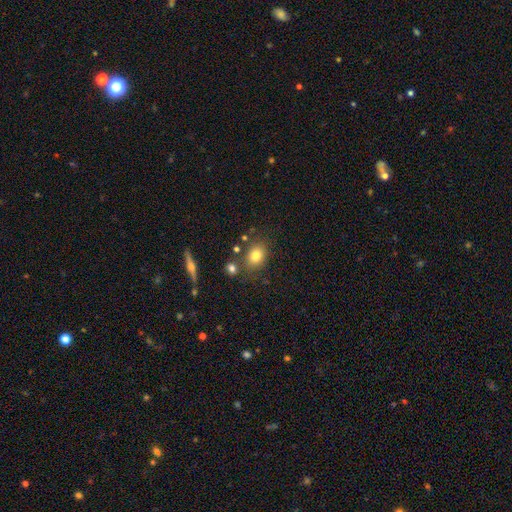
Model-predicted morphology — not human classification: A smooth galaxy with no disk features (79%) that is in between round and cigar-shaped (59%).

Vote fractions:
- Smooth or featured? smooth: 79% / featured or disk: 11% / star or artifact: 10%
- How rounded? in between: 59% / round: 39% / cigar-shaped: 2%
- Merging? none: 74% / minor disturbance: 13% / merger: 9% / major disturbance: 4%